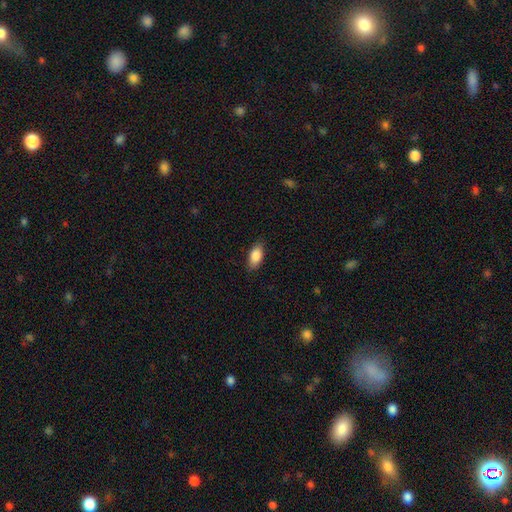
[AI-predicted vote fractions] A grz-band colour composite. It shows a smooth galaxy with no disk features (87%) that is in between round and cigar-shaped (90%). Merging: none (85%).